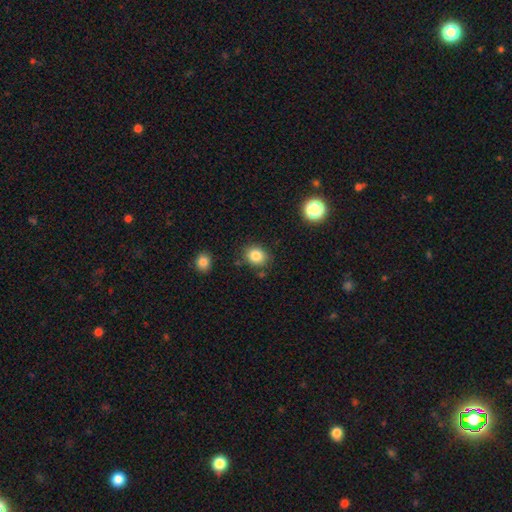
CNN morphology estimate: Smooth or featured?
  - smooth: 84% *
  - star or artifact: 10%
  - featured or disk: 6%
How rounded?
  - round: 64% *
  - in between: 35%
  - cigar-shaped: 1%
Merging?
  - none: 82% *
  - minor disturbance: 11%
  - merger: 4%
  - major disturbance: 3%